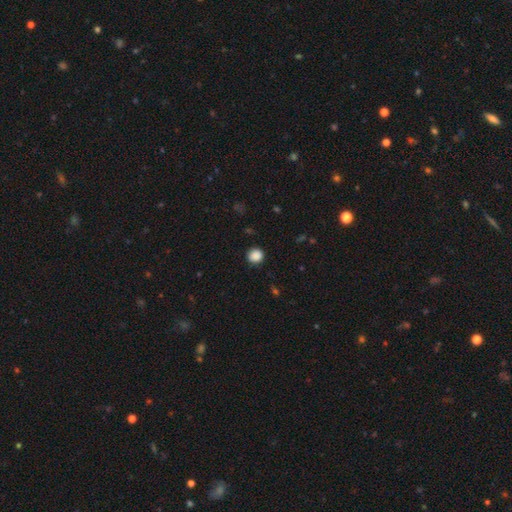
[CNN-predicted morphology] Overall: smooth (88%). How rounded: round (88%). Merging: none (89%).